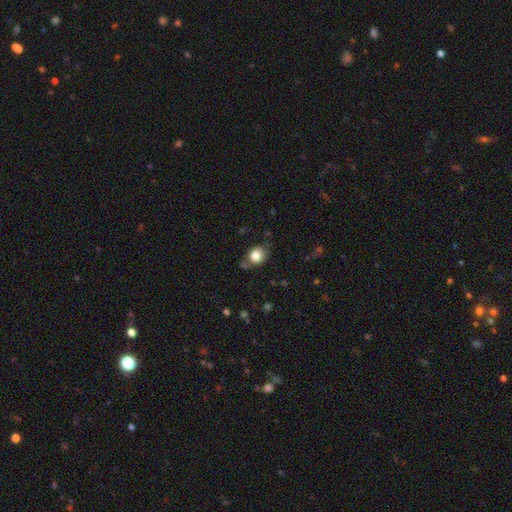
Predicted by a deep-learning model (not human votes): Smooth or featured?
  - smooth: 83% *
  - star or artifact: 9%
  - featured or disk: 8%
How rounded?
  - round: 66% *
  - in between: 33%
  - cigar-shaped: 1%
Merging?
  - none: 68% *
  - minor disturbance: 20%
  - merger: 6%
  - major disturbance: 6%